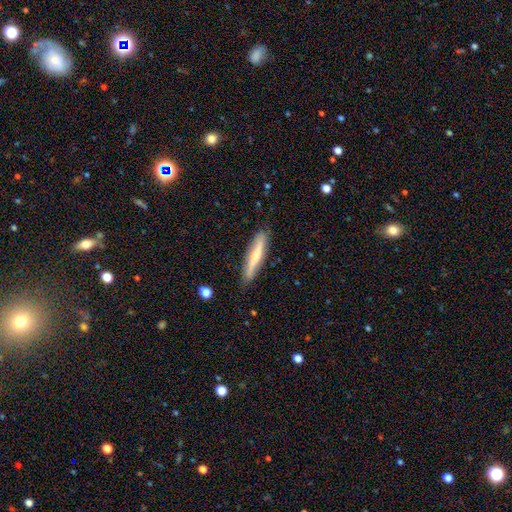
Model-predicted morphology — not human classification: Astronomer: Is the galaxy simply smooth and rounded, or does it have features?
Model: smooth — 48% (runner-up: featured or disk, 47%).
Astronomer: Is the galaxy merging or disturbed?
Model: none — 85%.